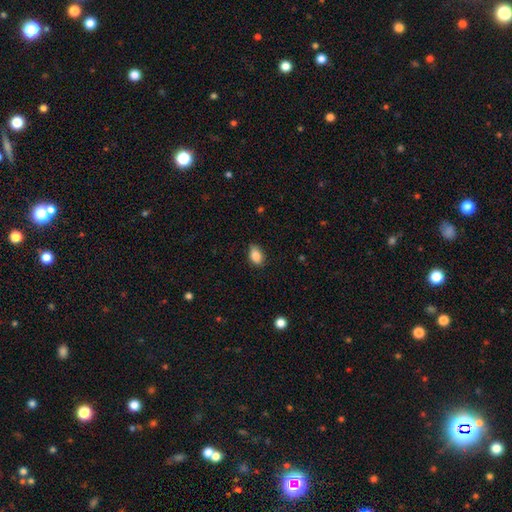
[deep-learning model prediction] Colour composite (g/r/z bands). It shows a smooth galaxy with no disk features (87%) that is in between round and cigar-shaped (88%). Merging: none (81%).